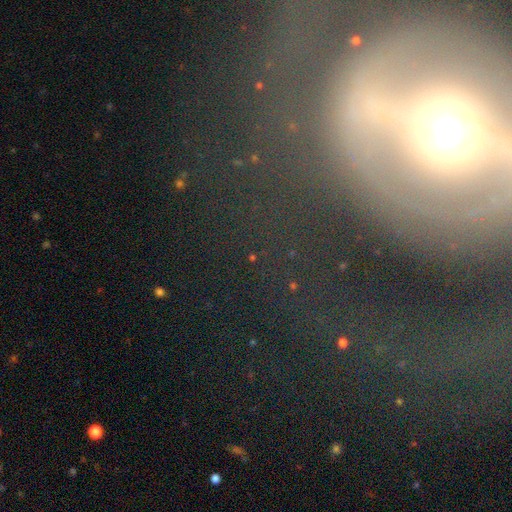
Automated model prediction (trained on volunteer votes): Smooth or featured?
  - star or artifact: 46% *
  - featured or disk: 34%
  - smooth: 21%